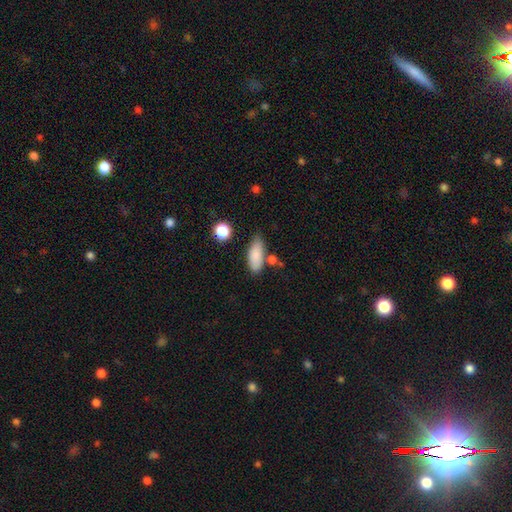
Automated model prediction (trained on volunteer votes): A smooth galaxy with no disk features (85%) that is in between round and cigar-shaped (78%). Merging: none (67%).